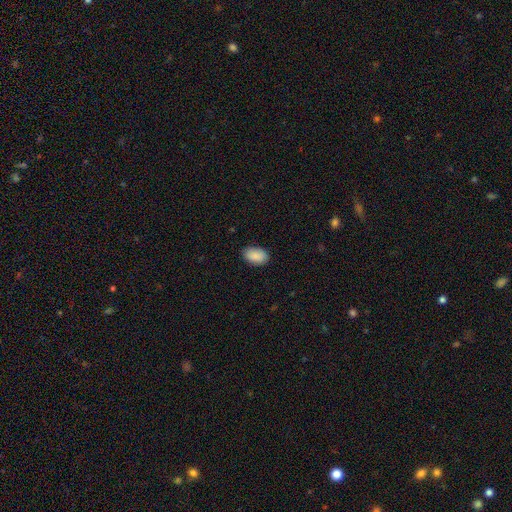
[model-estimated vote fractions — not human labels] Smooth or featured? Predicted: smooth (p=0.90). How rounded? Predicted: in between (p=0.93). Merging? Predicted: none (p=0.87).